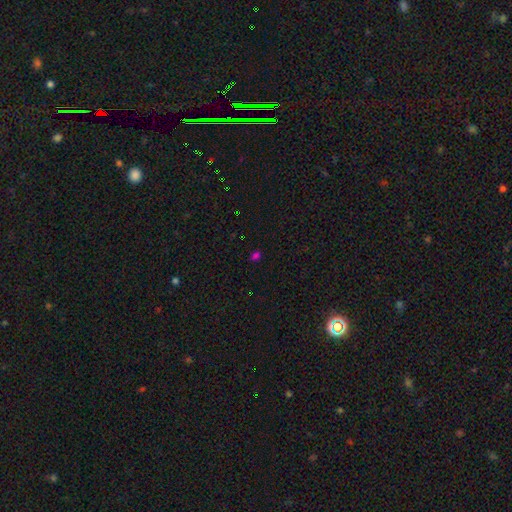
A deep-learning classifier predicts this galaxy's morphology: type=smooth (57%); roundness=in between (65%); merging=none (81%).